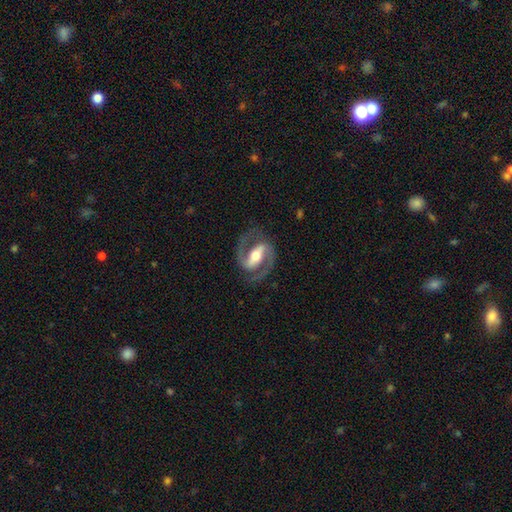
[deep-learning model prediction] This is clearly a featured or disk galaxy (91%). It is clearly not viewed edge-on (97%). Bar: likely strong (63%). Spiral arm pattern: clearly yes (97%). Spiral arm count: clearly 2 (93%). Spiral winding: possibly medium (60%). Central bulge: likely moderate (67%). Merging: clearly none (82%).